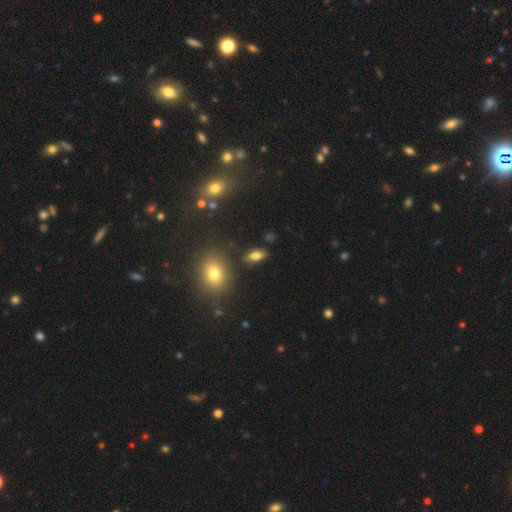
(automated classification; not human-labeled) Smooth or featured? smooth (65%)
How rounded? in between (75%)
Merging? none (84%)